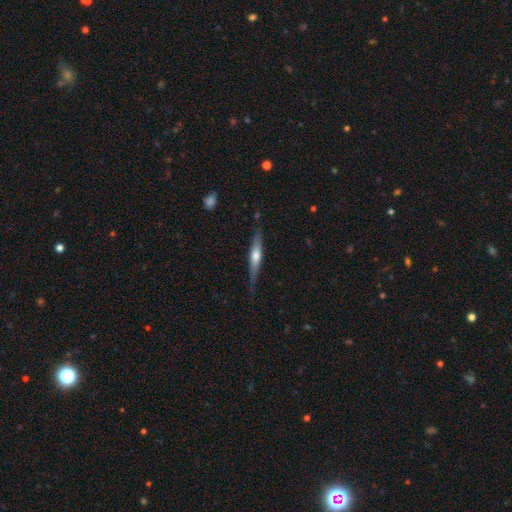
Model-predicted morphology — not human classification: Overall: featured or disk (56%; smooth 38%). Edge-on disk: yes (95%). Edge-on bulge: rounded (85%). Merging: none (75%).